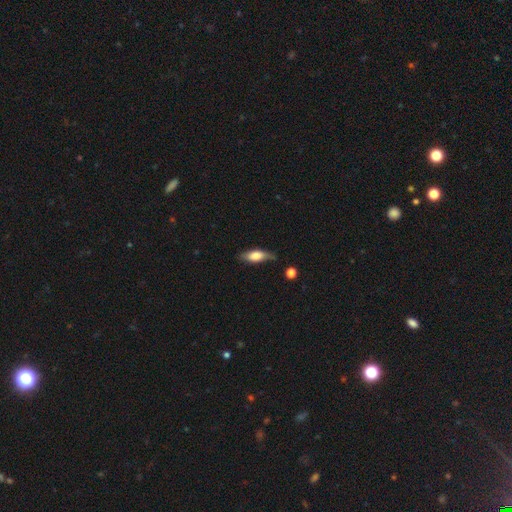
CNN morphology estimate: Smooth or featured?
  - smooth: 65% *
  - featured or disk: 29%
  - star or artifact: 7%
How rounded?
  - in between: 64% *
  - cigar-shaped: 33%
  - round: 3%
Merging?
  - none: 63% *
  - minor disturbance: 27%
  - major disturbance: 7%
  - merger: 4%